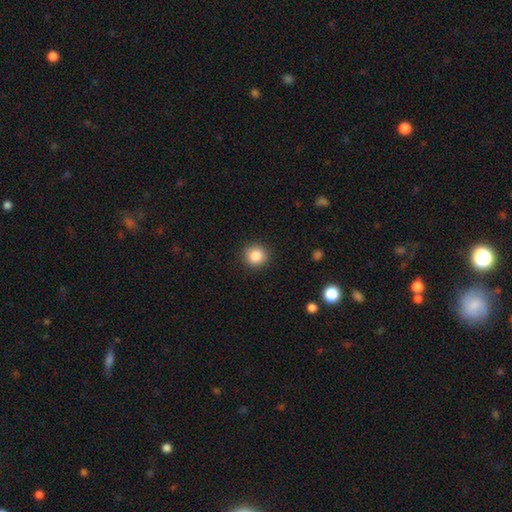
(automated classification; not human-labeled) This is clearly a smooth galaxy (86%). How rounded: clearly round (92%). Merging: clearly none (90%).